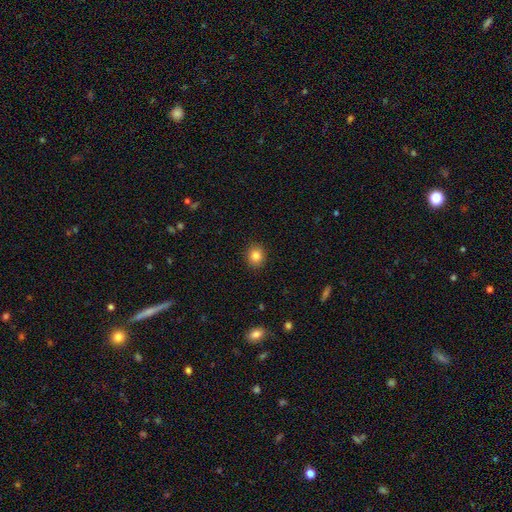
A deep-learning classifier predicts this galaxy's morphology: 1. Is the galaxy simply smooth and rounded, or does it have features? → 84% smooth, 11% star or artifact, 6% featured or disk.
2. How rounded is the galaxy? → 78% round, 21% in between, 1% cigar-shaped.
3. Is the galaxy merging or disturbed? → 91% none, 6% minor disturbance, 2% major disturbance, 1% merger.